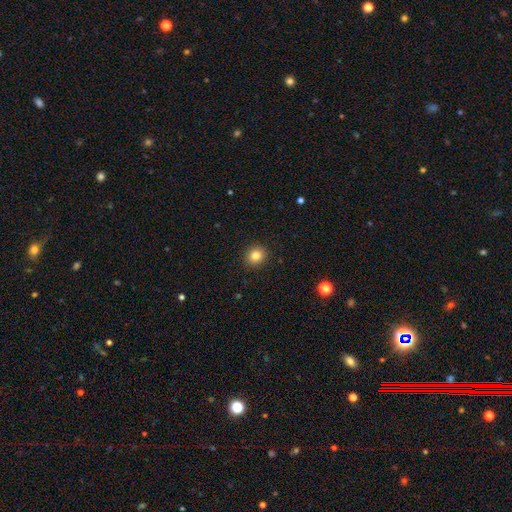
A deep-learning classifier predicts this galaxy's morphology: Q: Smooth or featured?
A: smooth (82%); runner-up: star or artifact (11%)
Q: How rounded?
A: round (80%); runner-up: in between (19%)
Q: Merging?
A: none (91%); runner-up: minor disturbance (6%)